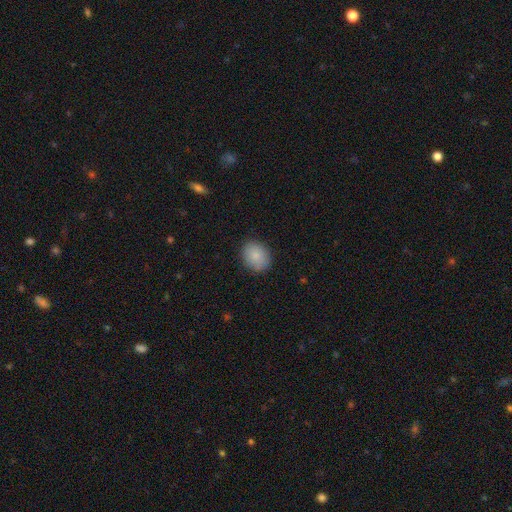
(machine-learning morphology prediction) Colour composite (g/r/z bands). It shows a smooth galaxy with no disk features (87%) that is in between round and cigar-shaped (51%). Merging: none (87%).